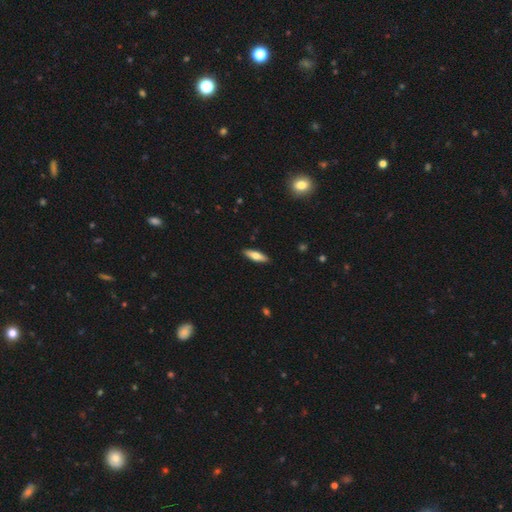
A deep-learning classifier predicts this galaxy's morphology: Smooth or featured?
  - smooth: 60% *
  - featured or disk: 34%
  - star or artifact: 6%
How rounded?
  - cigar-shaped: 57% *
  - in between: 41%
  - round: 2%
Merging?
  - none: 90% *
  - minor disturbance: 7%
  - major disturbance: 2%
  - merger: 1%